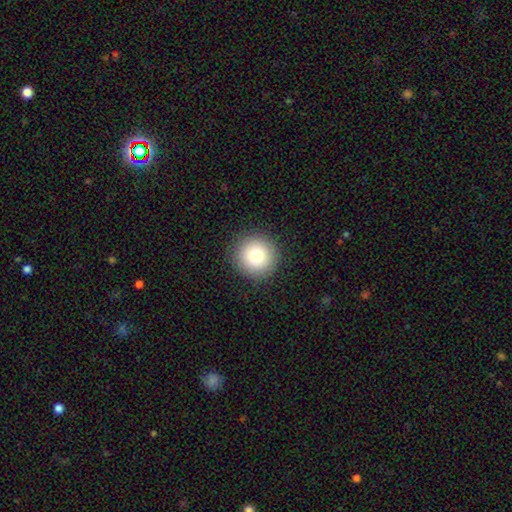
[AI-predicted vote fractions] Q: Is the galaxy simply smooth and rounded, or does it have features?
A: smooth — 78%.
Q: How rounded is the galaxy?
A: round — 96%.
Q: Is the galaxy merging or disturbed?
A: none — 91%.